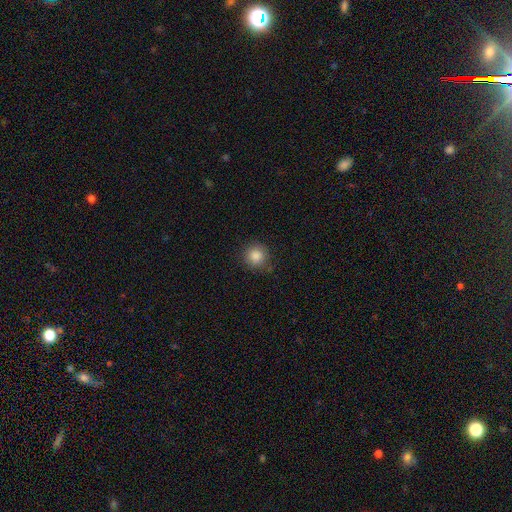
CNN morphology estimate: A smooth galaxy with no disk features (85%) that is round (93%).

Vote fractions:
- Smooth or featured? smooth: 85% / star or artifact: 10% / featured or disk: 5%
- How rounded? round: 93% / in between: 6% / cigar-shaped: 1%
- Merging? none: 85% / minor disturbance: 11% / major disturbance: 3% / merger: 1%